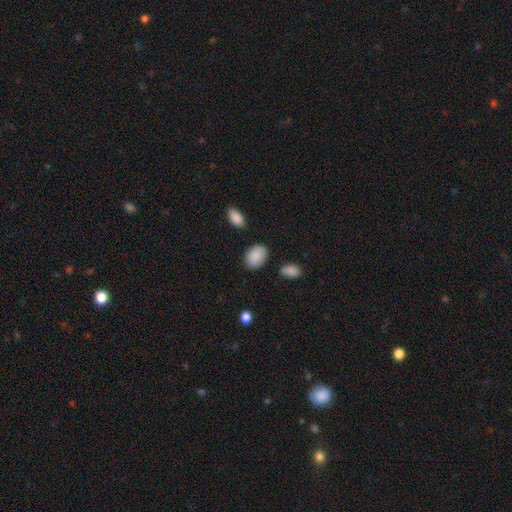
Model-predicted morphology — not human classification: smooth_or_featured: smooth (p=0.89) [alt: star or artifact p=0.07]
how_rounded: in between (p=0.81) [alt: round p=0.18]
merging: none (p=0.83) [alt: minor disturbance p=0.12]